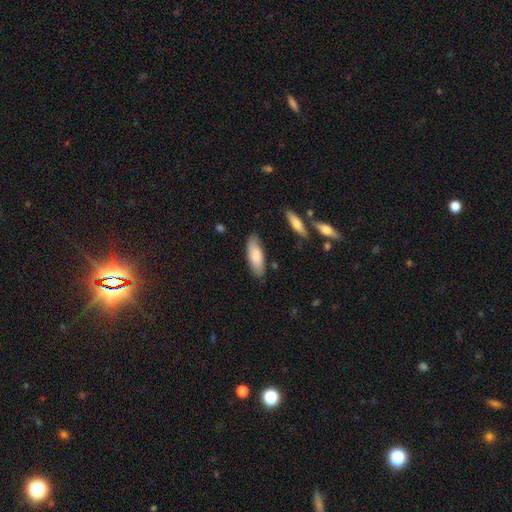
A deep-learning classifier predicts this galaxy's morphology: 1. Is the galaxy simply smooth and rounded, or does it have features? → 80% smooth, 15% featured or disk, 5% star or artifact.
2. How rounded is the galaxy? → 66% in between, 32% cigar-shaped, 2% round.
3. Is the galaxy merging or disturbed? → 84% none, 12% minor disturbance, 2% major disturbance, 2% merger.